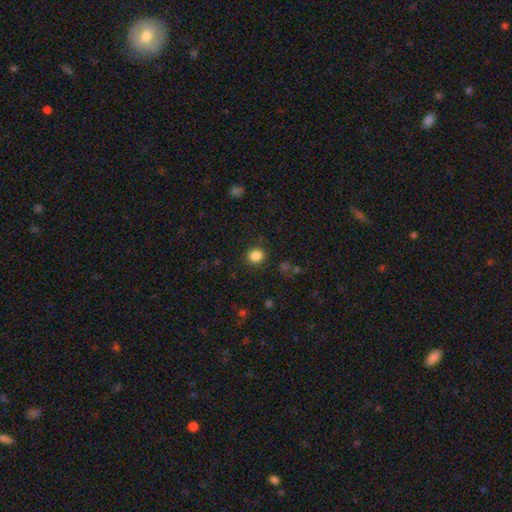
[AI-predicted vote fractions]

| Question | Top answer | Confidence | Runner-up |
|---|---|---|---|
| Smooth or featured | smooth | 85% | star or artifact (11%) |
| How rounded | round | 85% | in between (14%) |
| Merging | none | 89% | minor disturbance (7%) |